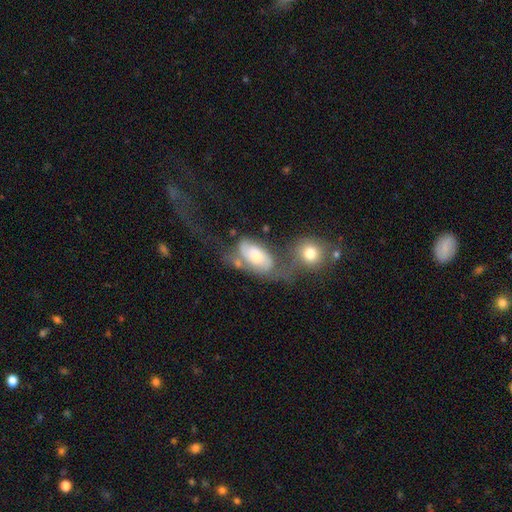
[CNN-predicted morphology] featured or disk 46% (tied), smooth 46% (tied), star or artifact 8%. Down the decision tree: merging — merger (36%).